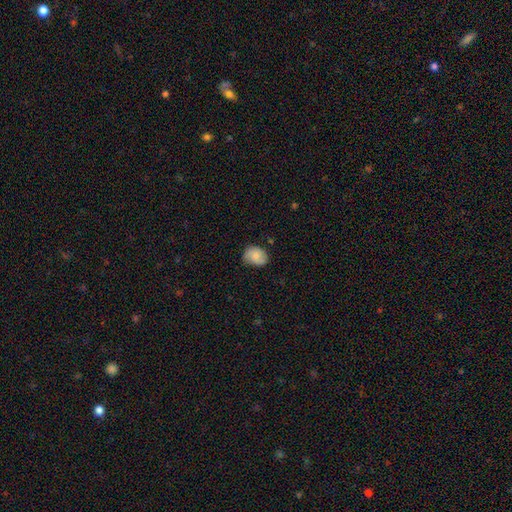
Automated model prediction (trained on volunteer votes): The model was most divided on "how rounded": in between: 55%, round: 44%, cigar-shaped: 1%. More confident: smooth or featured — smooth (71%); merging — none (63%).